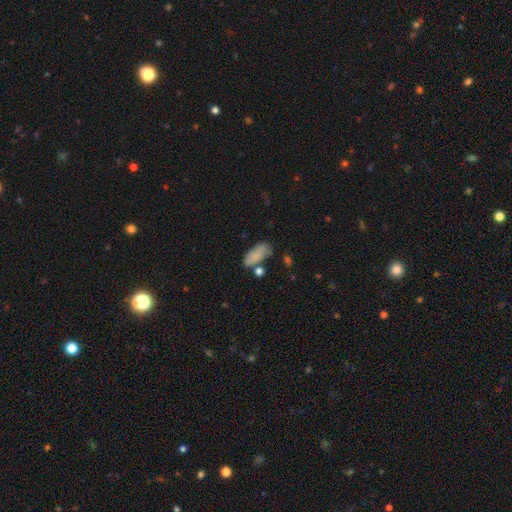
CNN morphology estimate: smooth 83%, featured or disk 9%, star or artifact 8%. Down the decision tree: how rounded — in between (87%); merging — none (57%).